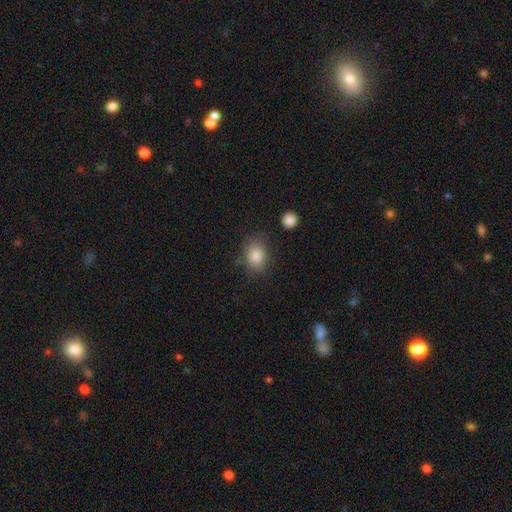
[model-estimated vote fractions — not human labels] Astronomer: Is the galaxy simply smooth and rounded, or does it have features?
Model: smooth — 84%.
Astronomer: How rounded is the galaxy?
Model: in between — 66%.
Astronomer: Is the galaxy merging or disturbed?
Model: none — 77%.